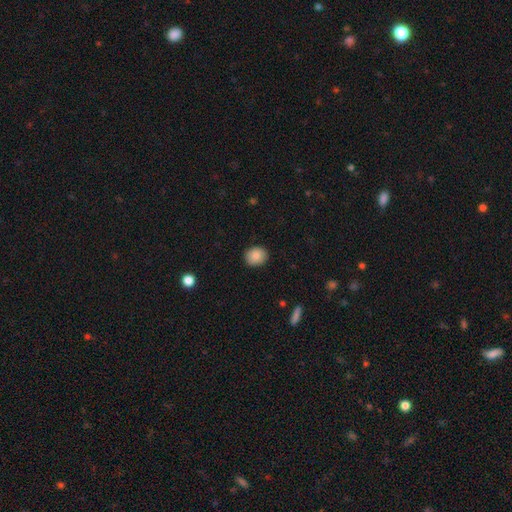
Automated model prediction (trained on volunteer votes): The model was most divided on "how rounded": round: 63%, in between: 36%, cigar-shaped: 1%. More confident: merging — none (90%); smooth or featured — smooth (85%).